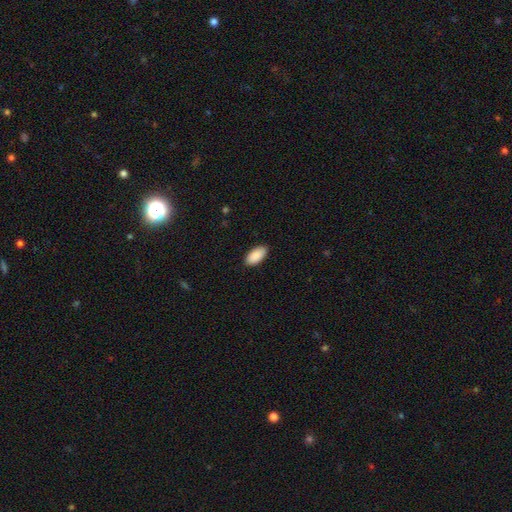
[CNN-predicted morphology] The model was most divided on "merging": none: 89%, minor disturbance: 9%, major disturbance: 2%, merger: 1%. More confident: how rounded — in between (94%); smooth or featured — smooth (91%).